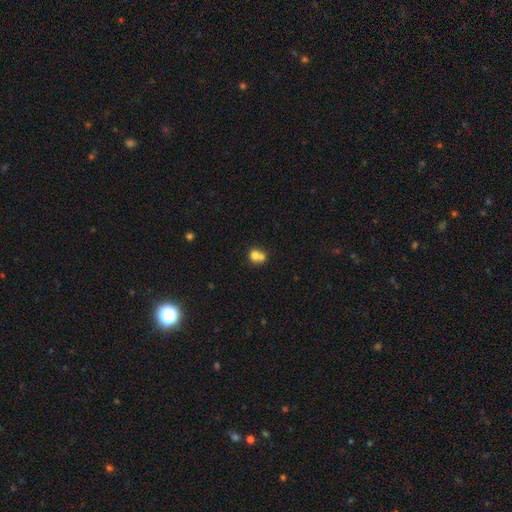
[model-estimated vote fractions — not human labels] A smooth galaxy with no disk features (72%) that is round (79%).

Vote fractions:
- Smooth or featured? smooth: 72% / featured or disk: 17% / star or artifact: 11%
- How rounded? round: 79% / in between: 20% / cigar-shaped: 1%
- Merging? merger: 60% / none: 32% / minor disturbance: 6% / major disturbance: 3%